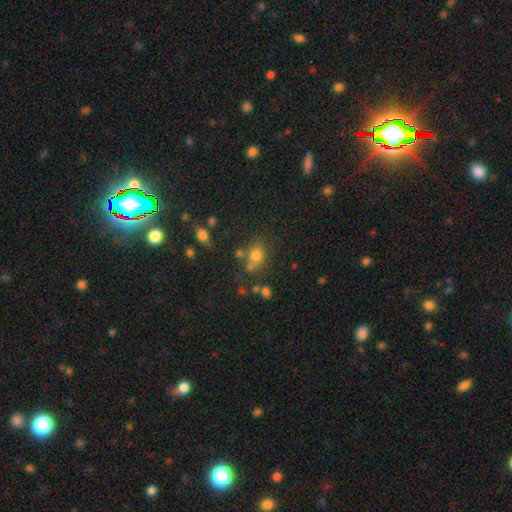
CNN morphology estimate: smooth-or-featured: smooth: 74% | star or artifact: 16% | featured or disk: 10%
  how-rounded: round: 57% | in between: 41% | cigar-shaped: 1%
  merging: none: 61% | merger: 17% | minor disturbance: 15% | major disturbance: 7%